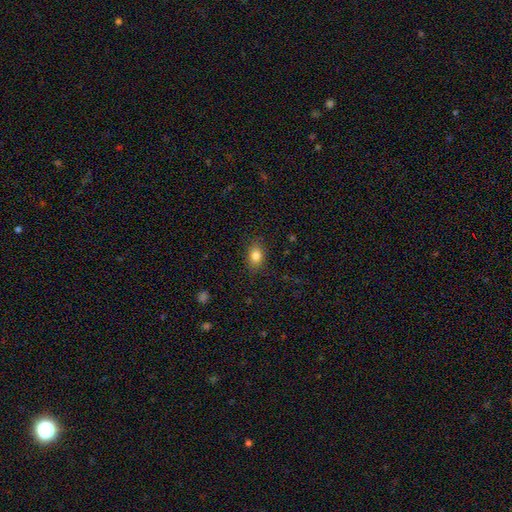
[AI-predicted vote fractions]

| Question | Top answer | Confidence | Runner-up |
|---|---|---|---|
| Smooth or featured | smooth | 83% | star or artifact (10%) |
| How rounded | in between | 72% | round (26%) |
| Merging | none | 85% | minor disturbance (11%) |